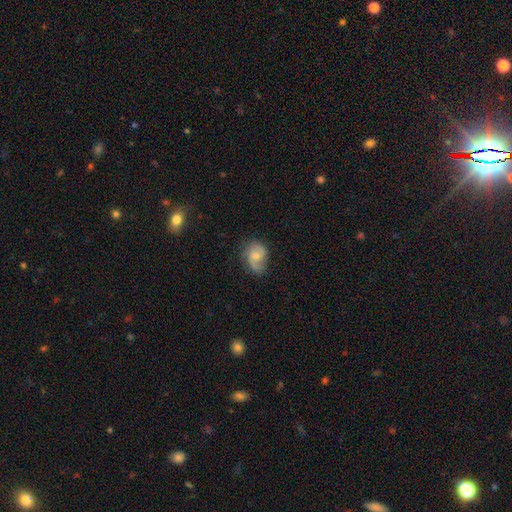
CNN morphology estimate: Overall: featured or disk (63%; smooth 30%). Edge-on disk: no (98%). Bar: no (55%; weak 39%). Spiral arms: yes (91%). Spiral arm count: 2 (77%). Spiral winding: medium (47%; loose 31%). Bulge size: small (45%; moderate 39%). Merging: none (61%; minor disturbance 27%).